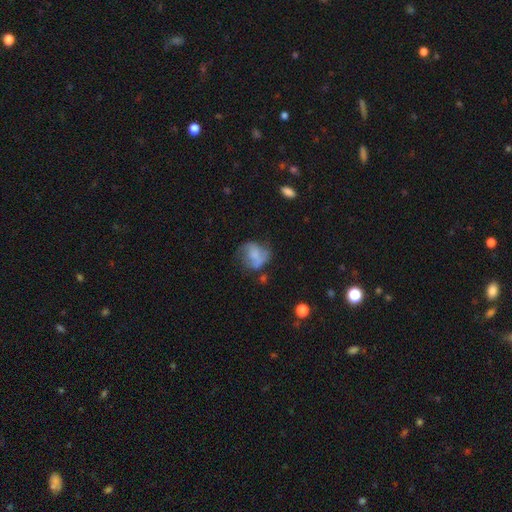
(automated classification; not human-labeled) This is possibly a smooth galaxy (52%). How rounded: possibly round (54%). Merging: marginally none (38%).